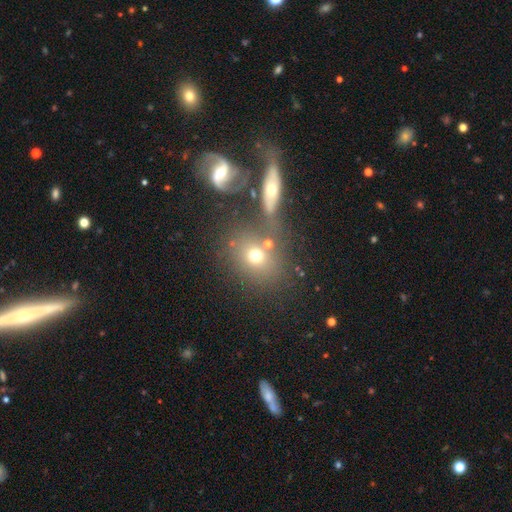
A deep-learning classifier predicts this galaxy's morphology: A smooth galaxy with no disk features (68%) that is round (61%). Merging: none (51%).